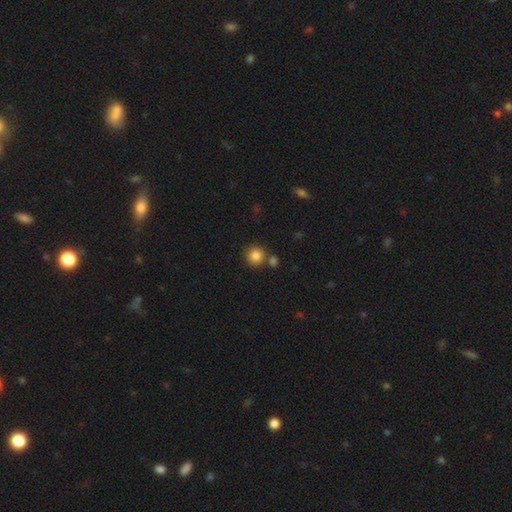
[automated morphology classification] smooth 84%, star or artifact 10%, featured or disk 6%. Down the decision tree: how rounded — round (92%); merging — none (72%).